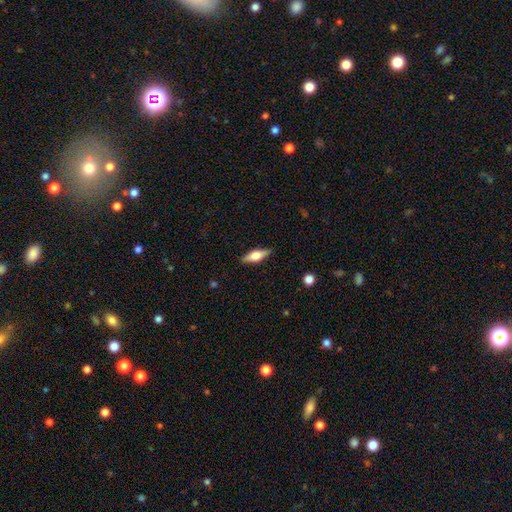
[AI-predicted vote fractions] The model was most divided on "smooth or featured": smooth: 47%, featured or disk: 46%, star or artifact: 7%. More confident: merging — none (87%).